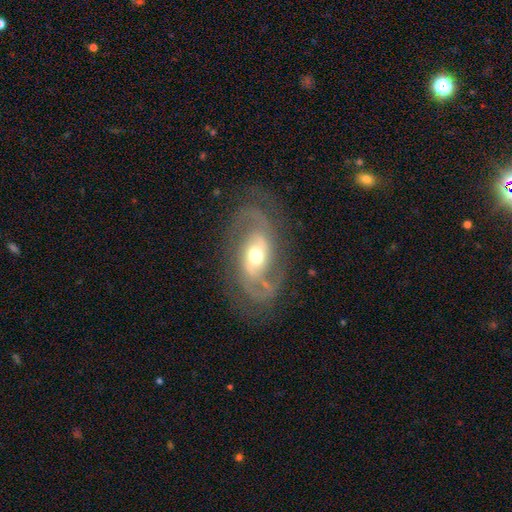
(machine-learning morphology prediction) featured or disk 85%, smooth 9%, star or artifact 5%. Down the decision tree: edge-on disk — no (95%); bar — no (40%); spiral arms — yes (92%); spiral arm count — 2 (86%); spiral winding — medium (49%); bulge size — moderate (69%); merging — none (71%).